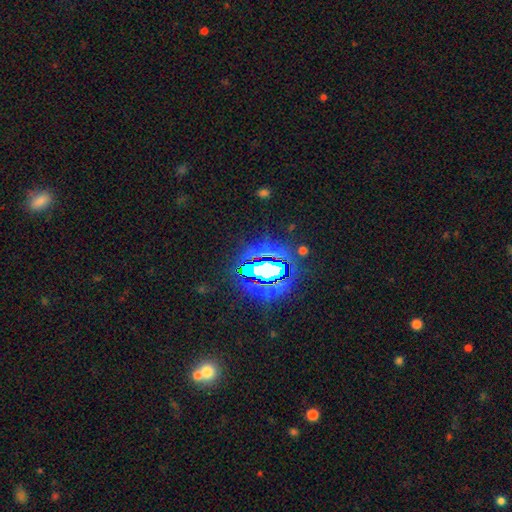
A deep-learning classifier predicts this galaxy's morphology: The model was most divided on "smooth or featured": star or artifact: 84%, smooth: 9%, featured or disk: 7%.